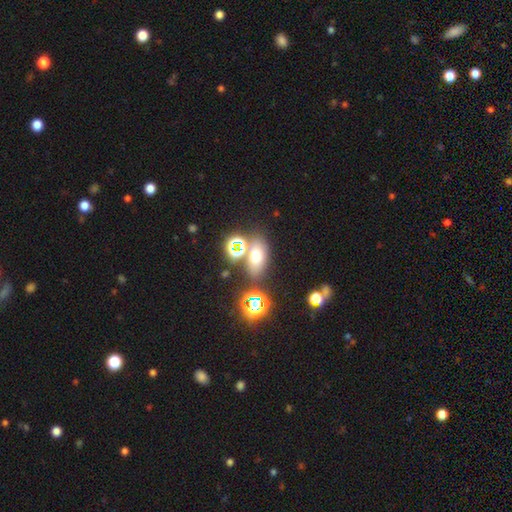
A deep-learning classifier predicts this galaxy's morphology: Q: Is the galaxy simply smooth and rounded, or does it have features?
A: smooth — 56%.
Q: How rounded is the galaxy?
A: in between — 68%.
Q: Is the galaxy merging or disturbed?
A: none — 67%.